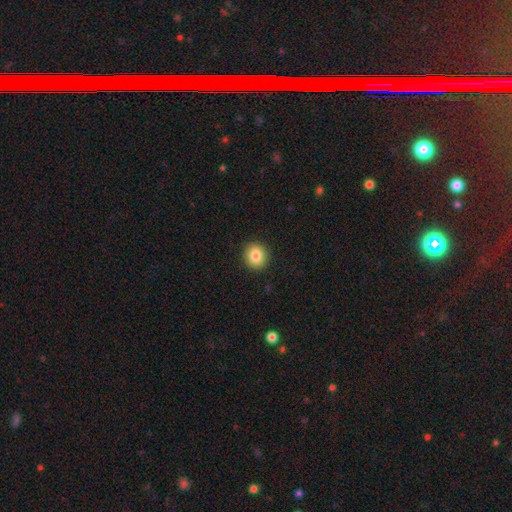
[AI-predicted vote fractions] A smooth galaxy with no disk features (84%) that is round (86%). Merging: none (91%).